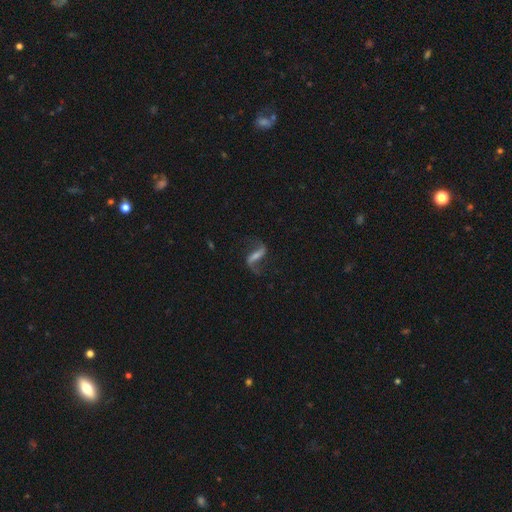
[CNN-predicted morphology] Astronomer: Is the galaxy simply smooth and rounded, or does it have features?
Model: featured or disk — 84%.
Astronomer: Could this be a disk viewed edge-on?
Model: no — 92%.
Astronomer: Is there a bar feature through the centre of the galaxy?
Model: strong — 53% (runner-up: weak, 32%).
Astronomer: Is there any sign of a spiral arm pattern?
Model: yes — 95%.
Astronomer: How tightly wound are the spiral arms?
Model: loose — 80%.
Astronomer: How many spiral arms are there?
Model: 2 — 92%.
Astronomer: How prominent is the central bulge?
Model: small — 43% (runner-up: none, 26%).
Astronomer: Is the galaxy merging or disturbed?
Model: none — 75%.